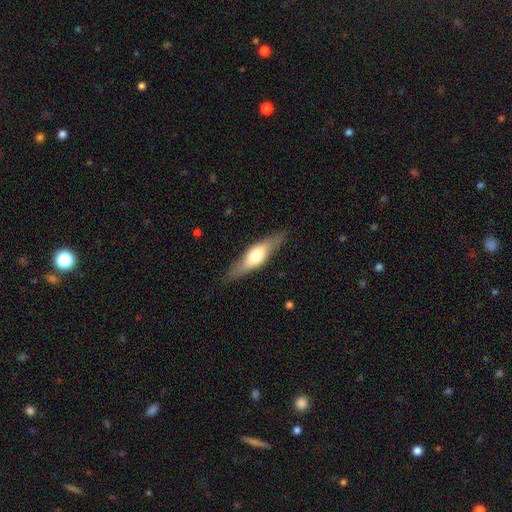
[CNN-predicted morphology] This is possibly a featured or disk galaxy (47%, tied with smooth). Merging: clearly none (84%).